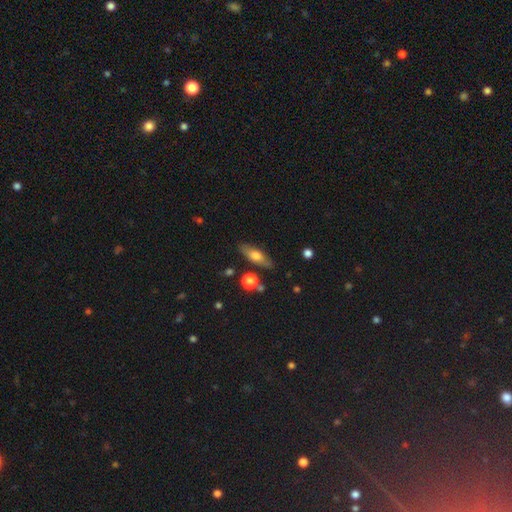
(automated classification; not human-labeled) smooth-or-featured: smooth: 60% | featured or disk: 32% | star or artifact: 7%
  how-rounded: in between: 56% | cigar-shaped: 40% | round: 4%
  merging: none: 81% | minor disturbance: 12% | merger: 3% | major disturbance: 3%